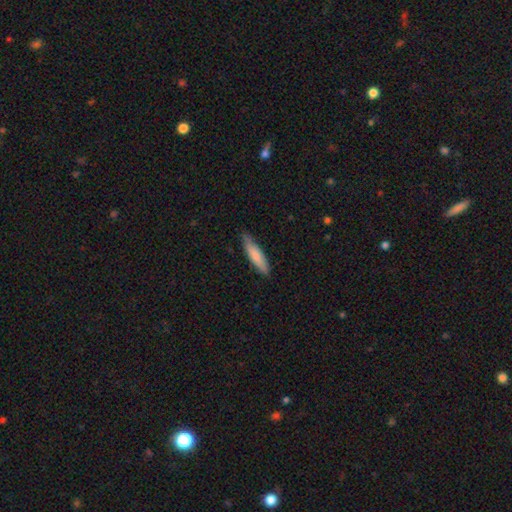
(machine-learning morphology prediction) The model was most divided on "how rounded": cigar-shaped: 75%, in between: 24%, round: 1%. More confident: merging — none (81%); smooth or featured — smooth (79%).